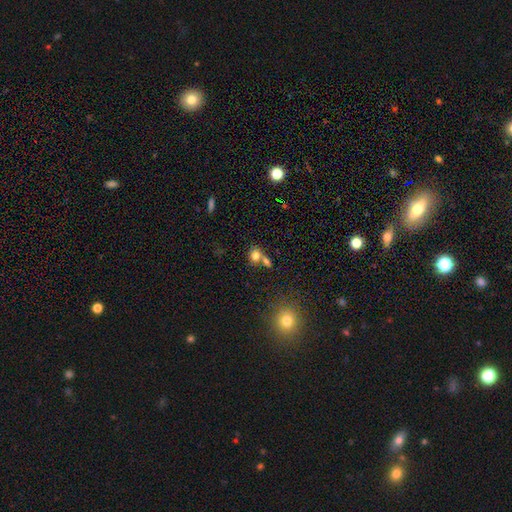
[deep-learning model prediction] Smooth or featured?
  - smooth: 79% *
  - star or artifact: 12%
  - featured or disk: 10%
How rounded?
  - round: 61% *
  - in between: 38%
  - cigar-shaped: 1%
Merging?
  - none: 45% *
  - merger: 42%
  - minor disturbance: 9%
  - major disturbance: 4%